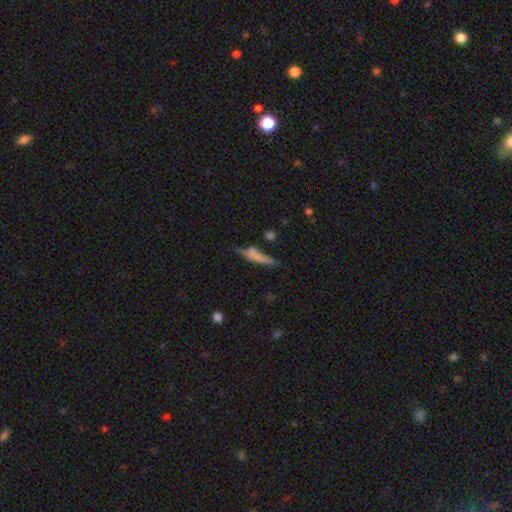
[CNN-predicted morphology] This appears to be a smooth galaxy with no disk features (60%) that is cigar-shaped (80%). Merging: none (49%).